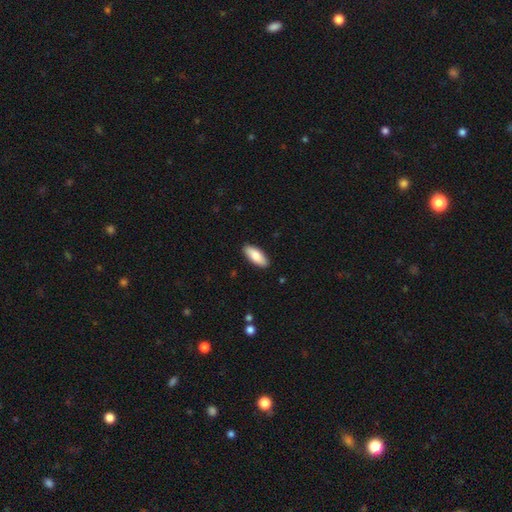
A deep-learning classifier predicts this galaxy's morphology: smooth-or-featured: smooth: 83% | featured or disk: 12% | star or artifact: 5%
  how-rounded: in between: 80% | cigar-shaped: 18% | round: 2%
  merging: none: 89% | minor disturbance: 8% | major disturbance: 2% | merger: 1%